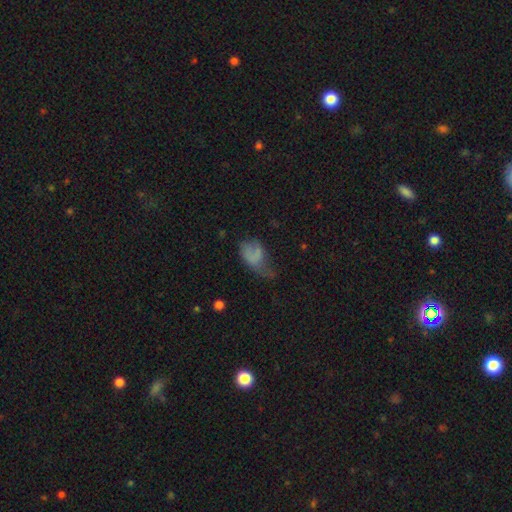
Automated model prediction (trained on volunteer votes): A smooth galaxy with no disk features (61%) that is in between round and cigar-shaped (86%). Merging: major disturbance (43%).